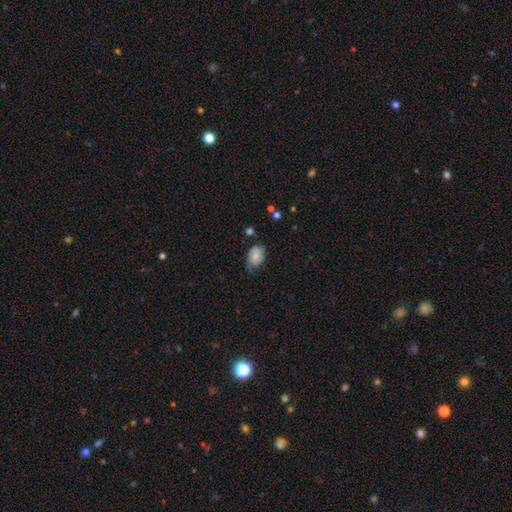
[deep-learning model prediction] smooth 63%, featured or disk 29%, star or artifact 9%. Down the decision tree: how rounded — in between (81%); merging — none (50%).